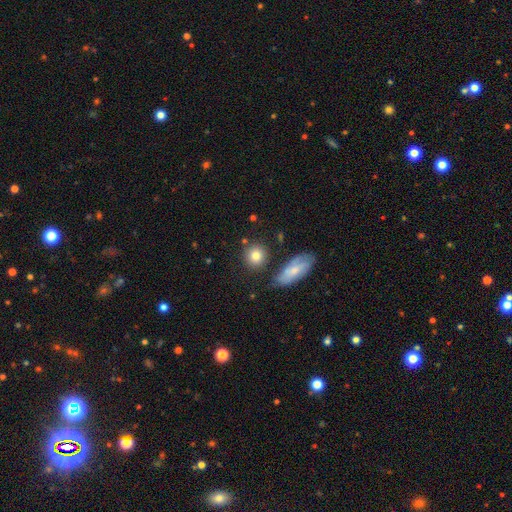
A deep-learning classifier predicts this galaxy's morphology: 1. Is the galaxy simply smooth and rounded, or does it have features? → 79% smooth, 13% featured or disk, 9% star or artifact.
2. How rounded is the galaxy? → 84% round, 14% in between, 2% cigar-shaped.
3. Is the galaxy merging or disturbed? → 76% none, 11% minor disturbance, 9% merger, 4% major disturbance.